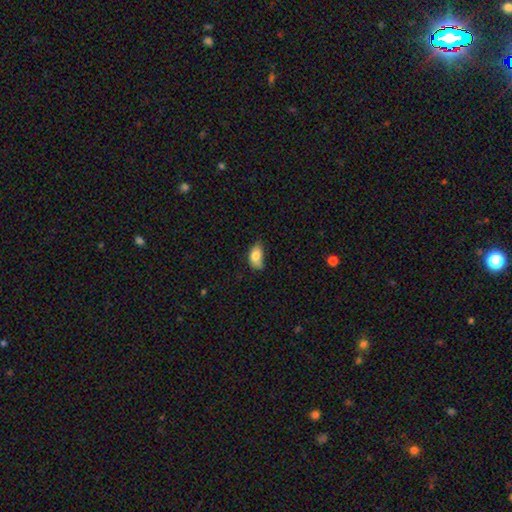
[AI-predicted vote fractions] Smooth or featured? smooth (80%)
How rounded? in between (89%)
Merging? minor disturbance (43%)